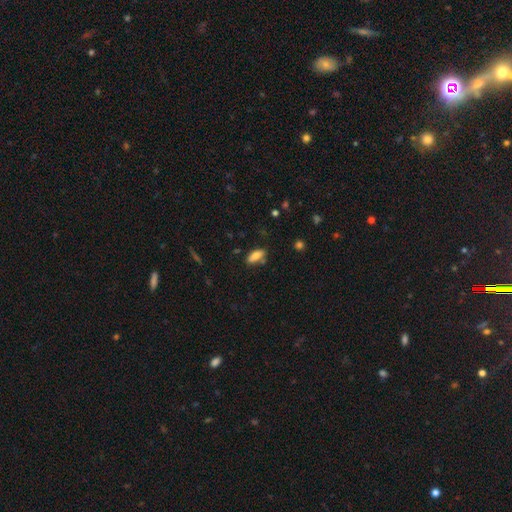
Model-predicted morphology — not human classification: This appears to be a smooth galaxy with no disk features (76%) that is in between round and cigar-shaped (80%). Merging: none (74%).